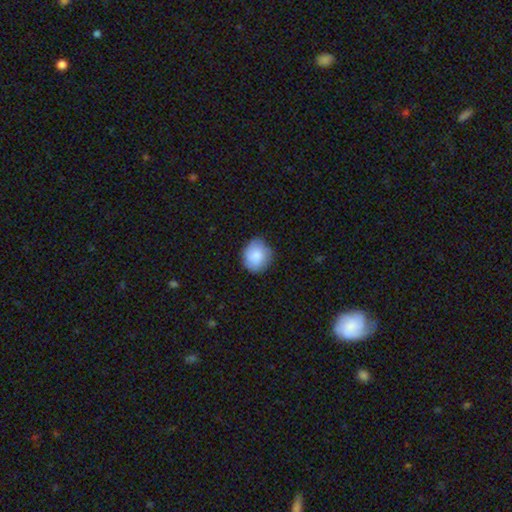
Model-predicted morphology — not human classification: The model was most divided on "how rounded": round: 80%, in between: 19%, cigar-shaped: 1%. More confident: smooth or featured — smooth (84%); merging — none (79%).